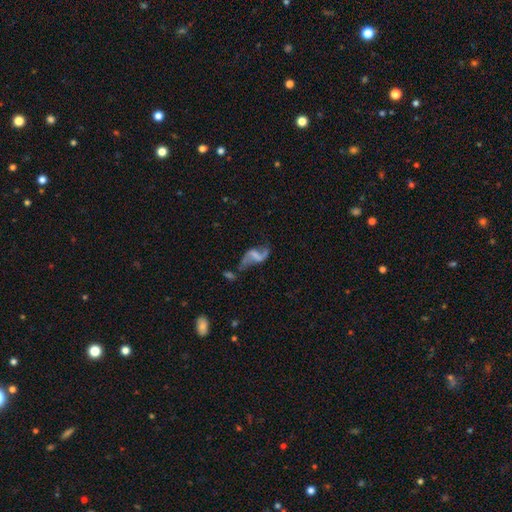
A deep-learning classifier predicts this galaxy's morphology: Overall: featured or disk (77%). Edge-on disk: no (97%). Bar: weak (40%; strong 36%). Spiral arms: yes (88%). Spiral arm count: 2 (89%). Spiral winding: loose (85%). Bulge size: none (67%). Merging: none (47%; major disturbance 19%).